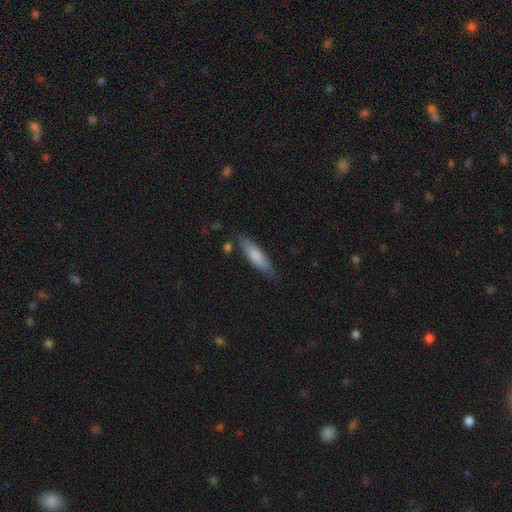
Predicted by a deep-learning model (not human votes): Smooth or featured? smooth (78%)
How rounded? cigar-shaped (69%)
Merging? none (82%)